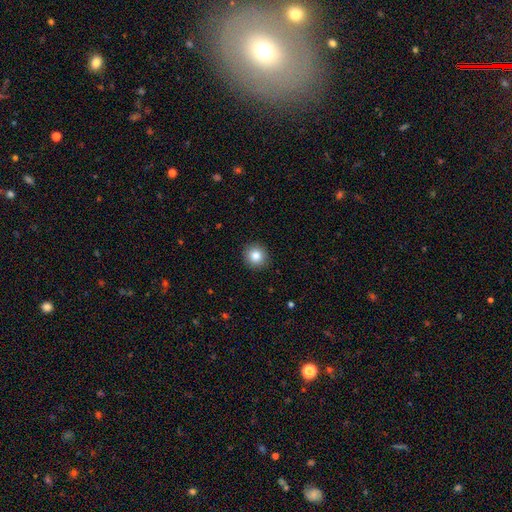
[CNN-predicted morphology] This is clearly a smooth galaxy (84%). How rounded: clearly round (92%). Merging: clearly none (92%).